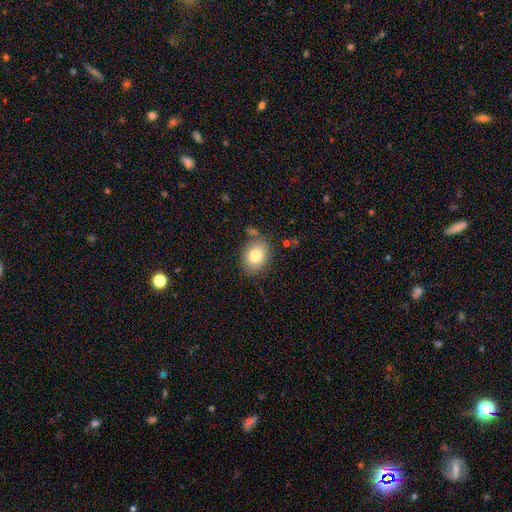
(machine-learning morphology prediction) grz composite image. It shows a smooth galaxy with no disk features (81%) that is in between round and cigar-shaped (64%). Merging: none (76%).